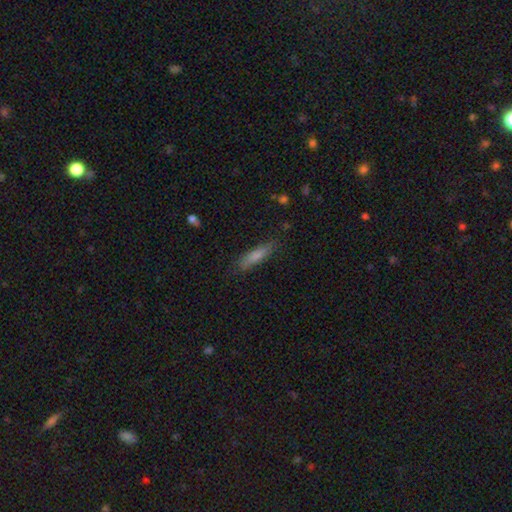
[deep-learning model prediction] A smooth galaxy with no disk features (78%) that is cigar-shaped (73%). Merging: none (79%).